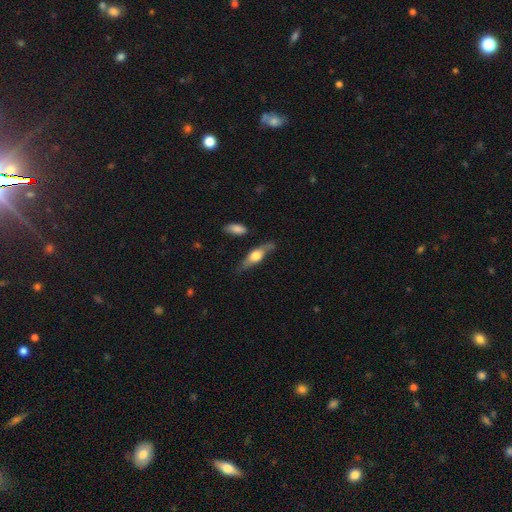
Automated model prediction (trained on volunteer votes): This appears to be a featured or disk galaxy (49%). Merging: none (68%).